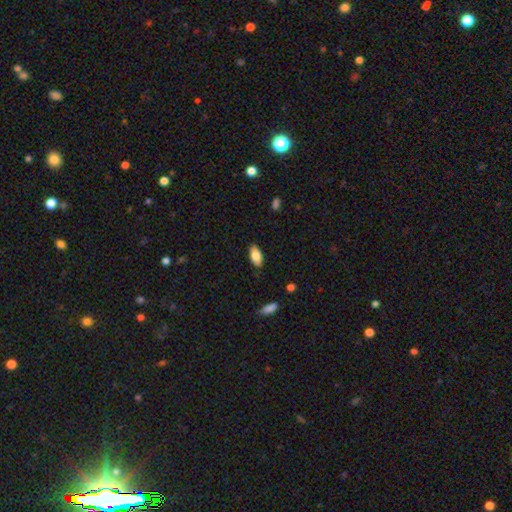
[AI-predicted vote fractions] The model was most divided on "smooth or featured": smooth: 81%, featured or disk: 12%, star or artifact: 7%. More confident: how rounded — in between (90%); merging — none (86%).